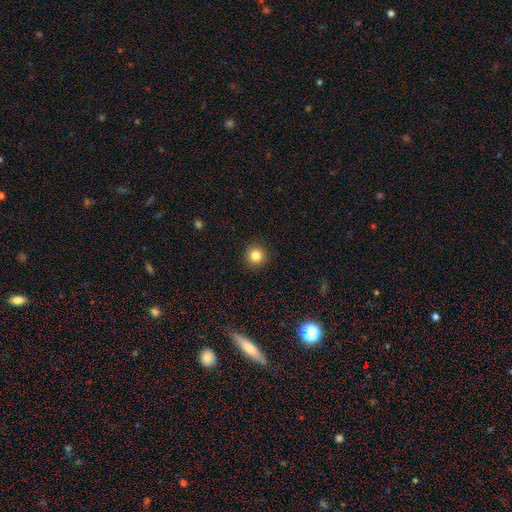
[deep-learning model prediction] This appears to be a smooth galaxy with no disk features (84%) that is round (95%). Merging: none (92%).